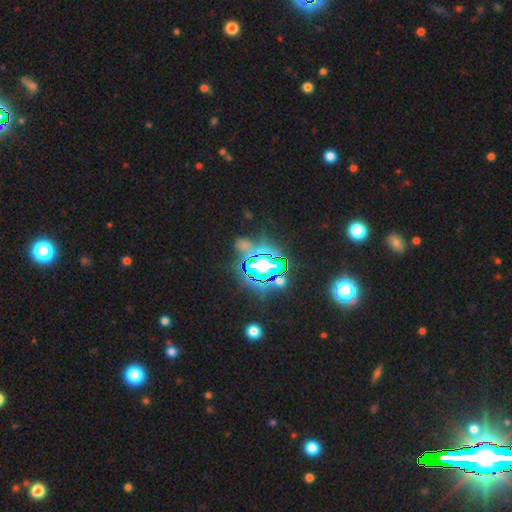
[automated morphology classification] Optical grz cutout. It shows a star or artifact, not a galaxy (82%).